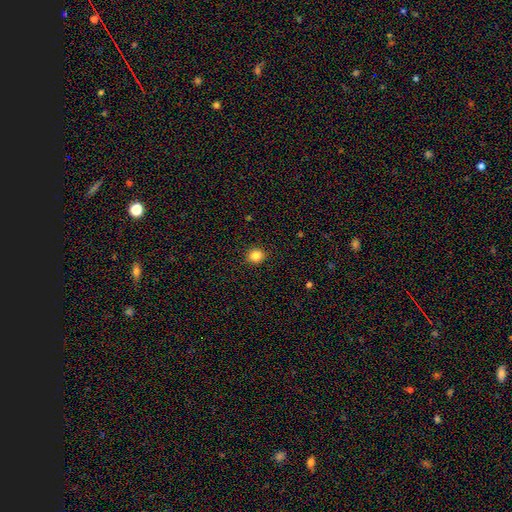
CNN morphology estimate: type=smooth (84%); roundness=round (81%); merging=none (92%).